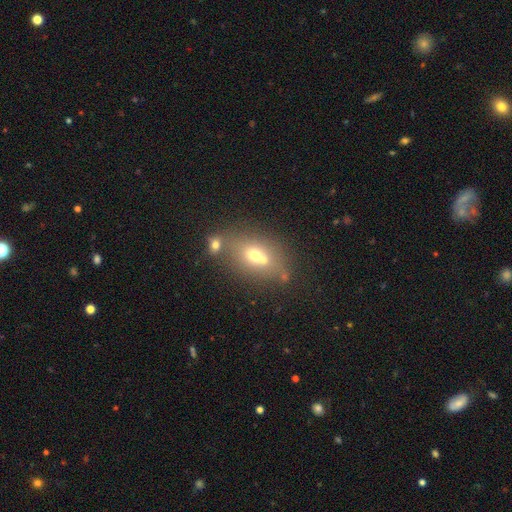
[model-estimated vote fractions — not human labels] A smooth galaxy with no disk features (60%) that is in between round and cigar-shaped (69%). Merging: none (43%).